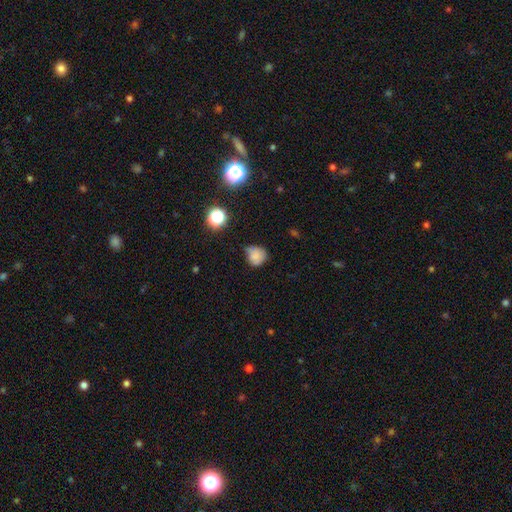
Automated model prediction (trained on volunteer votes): Smooth or featured? Predicted: smooth (p=0.77). How rounded? Predicted: round (p=0.77). Merging? Predicted: none (p=0.48).